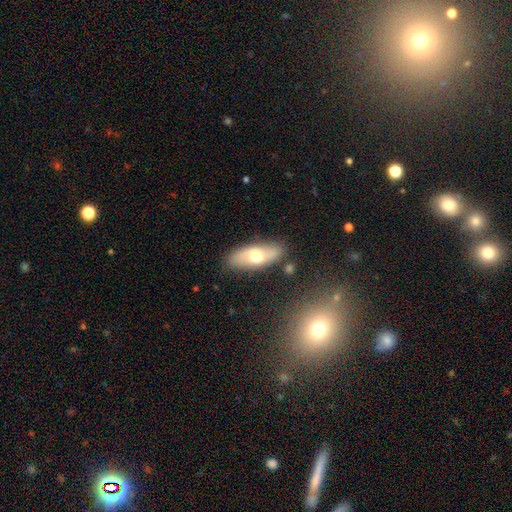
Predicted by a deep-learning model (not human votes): Overall: smooth (60%; featured or disk 34%). How rounded: in between (77%). Merging: none (81%).